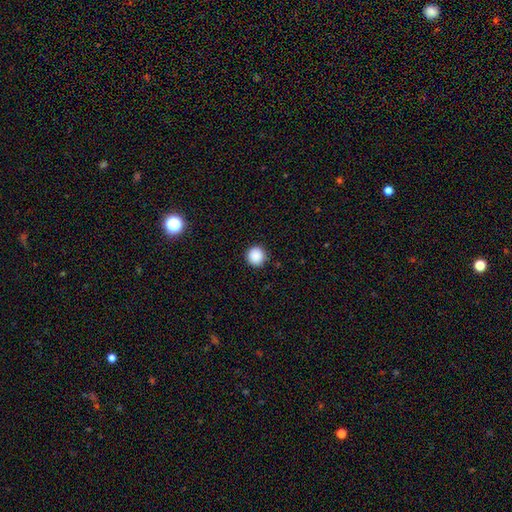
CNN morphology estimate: Smooth or featured? Predicted: smooth (p=0.88). How rounded? Predicted: round (p=0.95). Merging? Predicted: none (p=0.92).